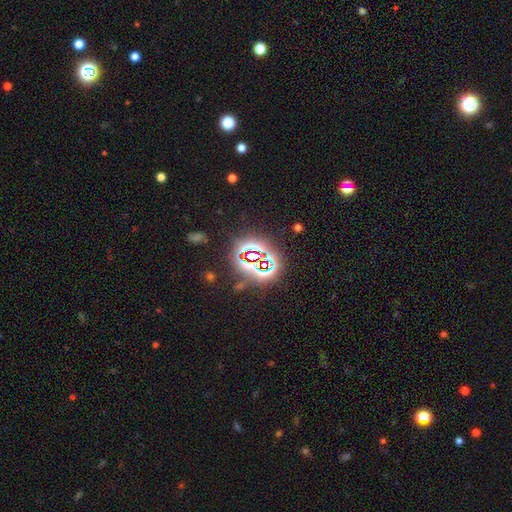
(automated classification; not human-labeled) This is likely a star or artifact rather than a galaxy (79%).